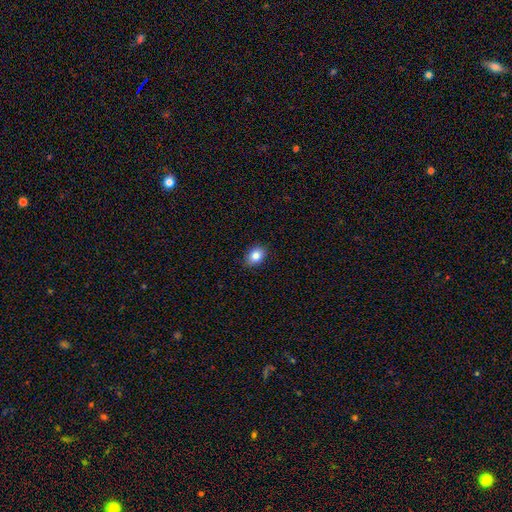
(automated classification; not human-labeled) A smooth galaxy with no disk features (85%) that is in between round and cigar-shaped (72%).

Vote fractions:
- Smooth or featured? smooth: 85% / star or artifact: 9% / featured or disk: 7%
- How rounded? in between: 72% / round: 27% / cigar-shaped: 1%
- Merging? none: 87% / minor disturbance: 10% / major disturbance: 2% / merger: 1%